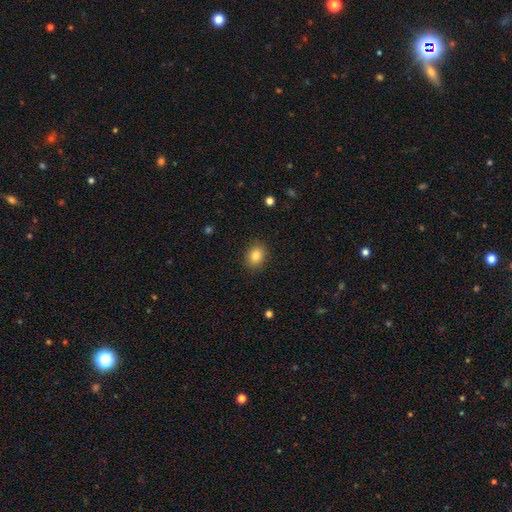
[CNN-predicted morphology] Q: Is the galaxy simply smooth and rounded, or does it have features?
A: smooth — 84%.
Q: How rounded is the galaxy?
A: in between — 53%.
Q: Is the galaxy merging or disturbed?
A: none — 89%.